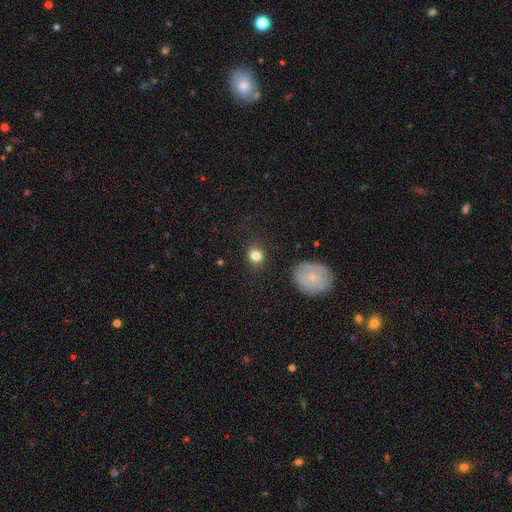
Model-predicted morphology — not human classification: Smooth or featured: smooth — 81% (star or artifact — 11%)
How rounded: round — 75% (in between — 24%)
Merging: none — 85% (minor disturbance — 10%)